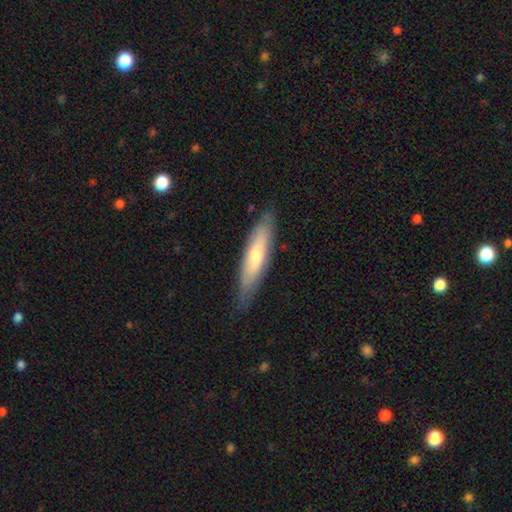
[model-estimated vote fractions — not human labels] Smooth or featured? smooth (57%)
How rounded? cigar-shaped (77%)
Merging? none (80%)